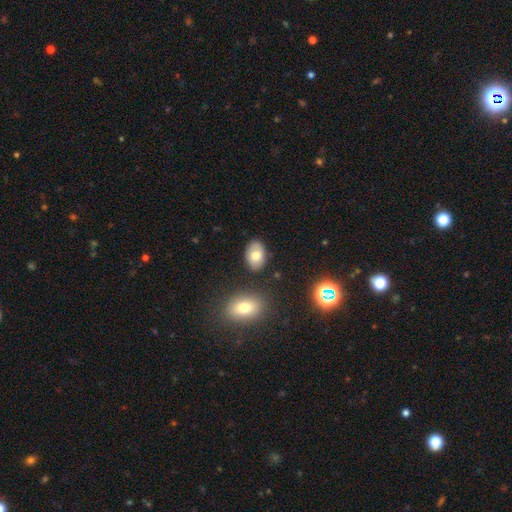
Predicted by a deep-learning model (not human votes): A smooth galaxy with no disk features (76%) that is in between round and cigar-shaped (88%).

Vote fractions:
- Smooth or featured? smooth: 76% / featured or disk: 16% / star or artifact: 8%
- How rounded? in between: 88% / round: 11% / cigar-shaped: 1%
- Merging? none: 82% / minor disturbance: 11% / merger: 4% / major disturbance: 3%